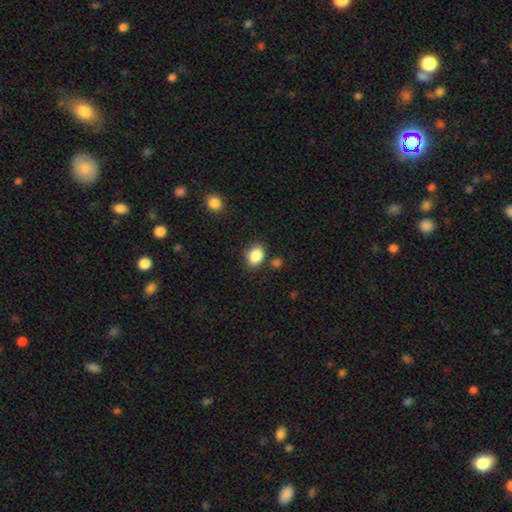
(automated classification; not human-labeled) Smooth or featured: smooth — 87% (star or artifact — 9%)
How rounded: in between — 70% (round — 29%)
Merging: none — 77% (minor disturbance — 14%)